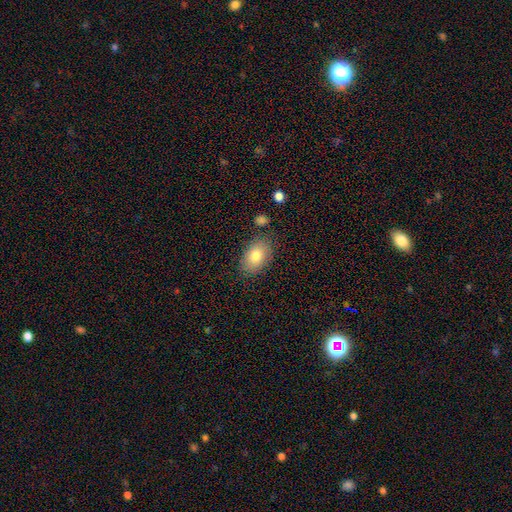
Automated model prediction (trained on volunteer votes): Overall: smooth (80%). How rounded: in between (88%). Merging: none (81%).